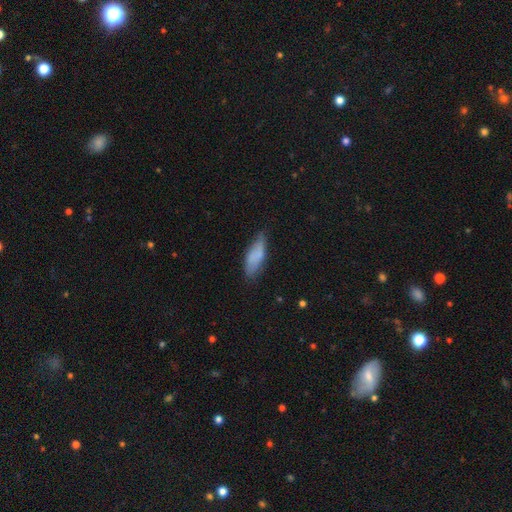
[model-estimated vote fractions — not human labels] smooth_or_featured: smooth (p=0.75) [alt: featured or disk p=0.18]
how_rounded: in between (p=0.60) [alt: cigar-shaped p=0.38]
merging: none (p=0.62) [alt: minor disturbance p=0.29]